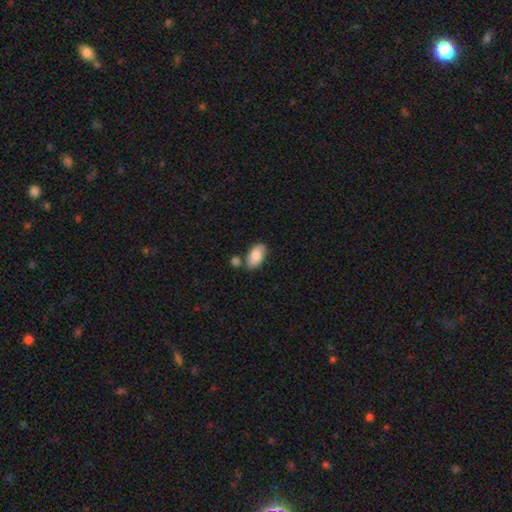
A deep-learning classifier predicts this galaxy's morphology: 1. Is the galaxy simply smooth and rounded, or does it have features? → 81% smooth, 12% featured or disk, 6% star or artifact.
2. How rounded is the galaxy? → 94% in between, 4% round, 2% cigar-shaped.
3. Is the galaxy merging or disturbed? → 64% none, 17% minor disturbance, 15% merger, 4% major disturbance.